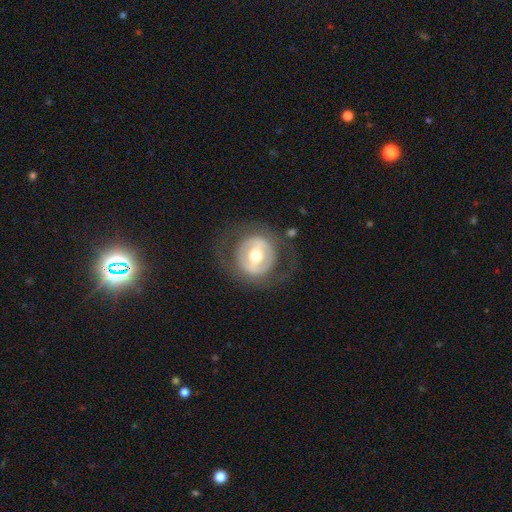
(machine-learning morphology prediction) This appears to be a featured or disk galaxy (61%) with a strong bar (36%), no spiral arms (79%) and a moderate central bulge (72%). Merging: none (74%).